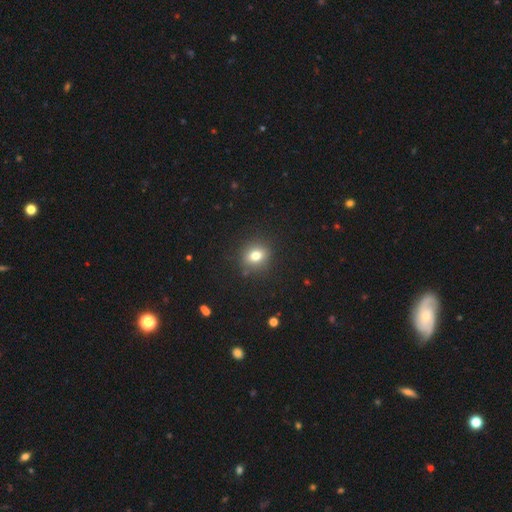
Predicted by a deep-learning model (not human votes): Smooth or featured? smooth (77%)
How rounded? round (64%)
Merging? none (87%)